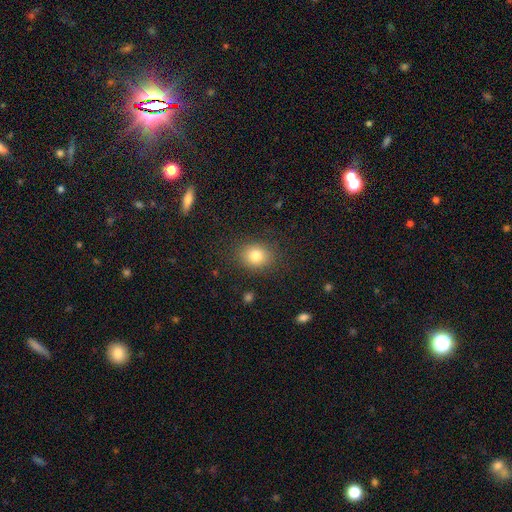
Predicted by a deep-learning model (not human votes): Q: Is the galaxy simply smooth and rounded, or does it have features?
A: smooth — 81%.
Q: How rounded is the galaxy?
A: round — 61%.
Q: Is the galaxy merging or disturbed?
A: none — 85%.